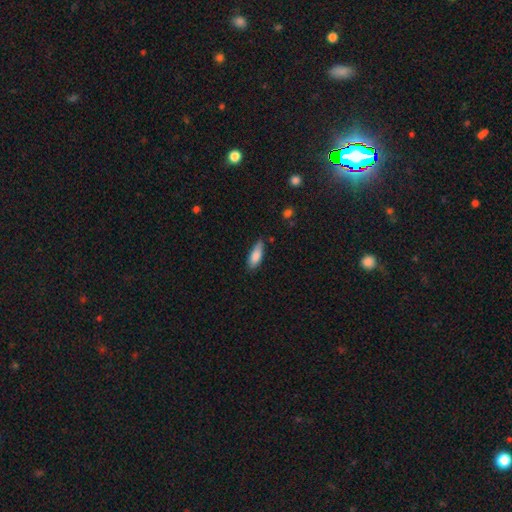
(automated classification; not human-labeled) This is clearly a smooth galaxy (84%). How rounded: likely in between (68%). Merging: likely none (68%).